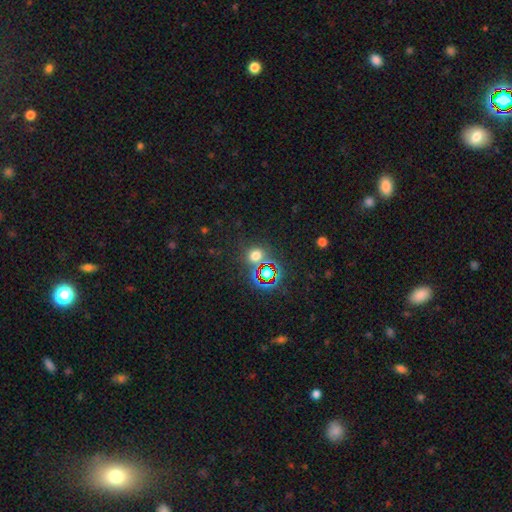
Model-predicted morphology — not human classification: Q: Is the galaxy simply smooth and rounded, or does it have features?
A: smooth — 55%.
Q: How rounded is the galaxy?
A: round — 81%.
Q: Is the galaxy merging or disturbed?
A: none — 76%.